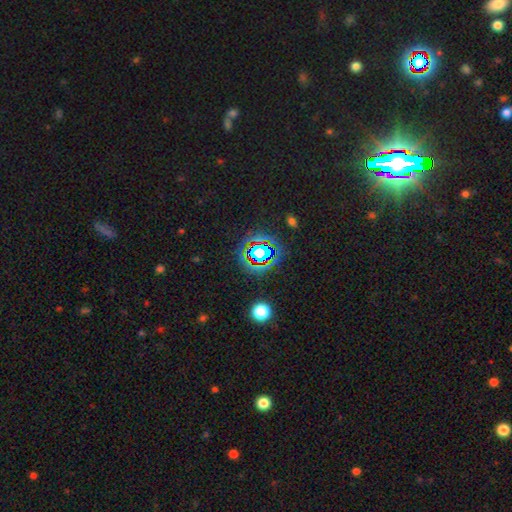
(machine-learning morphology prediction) Smooth or featured?
  - star or artifact: 68% *
  - smooth: 20%
  - featured or disk: 13%